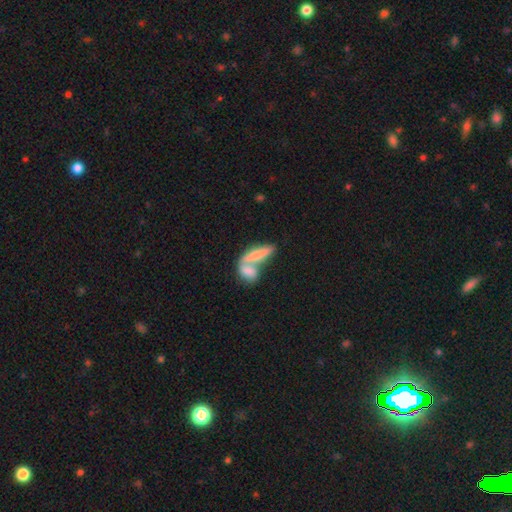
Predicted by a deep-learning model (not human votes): Smooth or featured? smooth (66%)
How rounded? cigar-shaped (48%)
Merging? merger (64%)